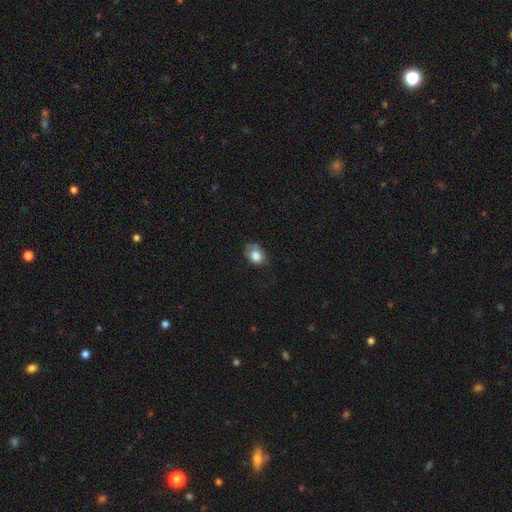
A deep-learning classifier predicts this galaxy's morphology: Smooth or featured? smooth (81%)
How rounded? in between (69%)
Merging? none (47%)